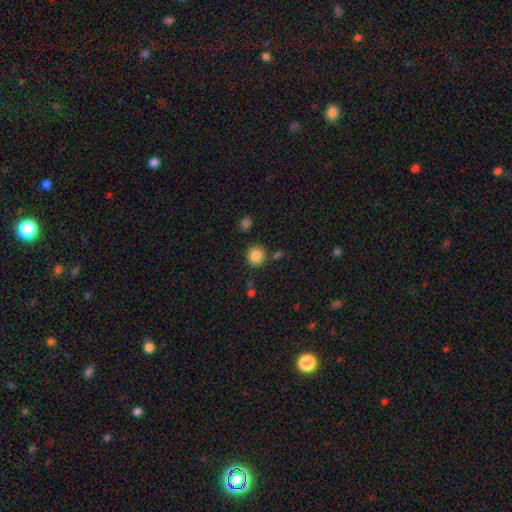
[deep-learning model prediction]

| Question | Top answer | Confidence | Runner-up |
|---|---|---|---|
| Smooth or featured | smooth | 86% | star or artifact (10%) |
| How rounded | round | 91% | in between (8%) |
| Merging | none | 84% | minor disturbance (9%) |